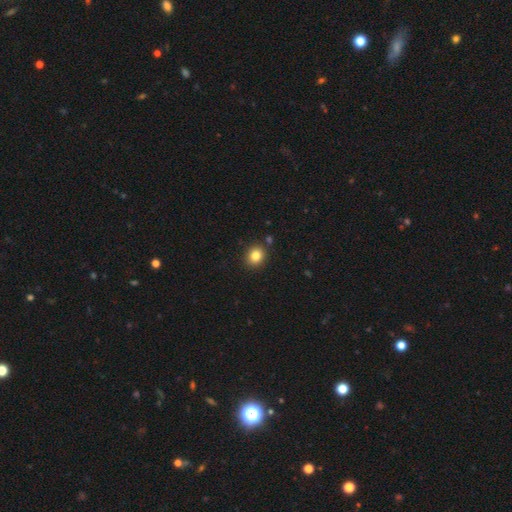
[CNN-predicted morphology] Smooth or featured?
  - smooth: 83% *
  - star or artifact: 11%
  - featured or disk: 6%
How rounded?
  - round: 75% *
  - in between: 24%
  - cigar-shaped: 1%
Merging?
  - none: 87% *
  - minor disturbance: 7%
  - merger: 3%
  - major disturbance: 2%